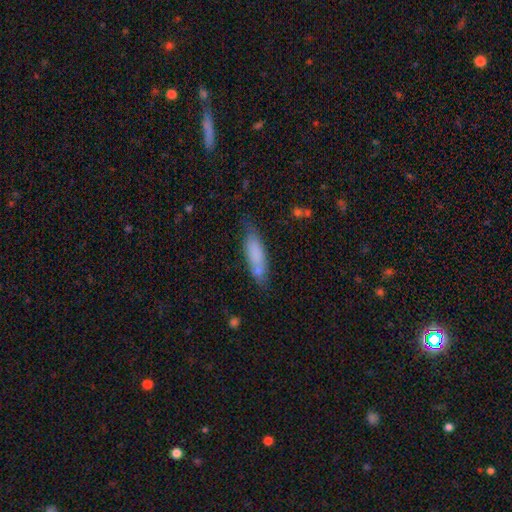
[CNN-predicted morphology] Overall: smooth (76%). How rounded: cigar-shaped (57%; in between 41%). Merging: none (64%).